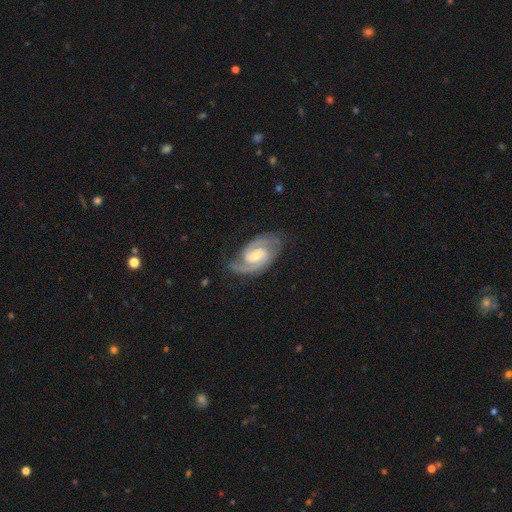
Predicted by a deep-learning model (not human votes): featured or disk 91%, smooth 5%, star or artifact 4%. Down the decision tree: edge-on disk — no (97%); bar — weak (48%); spiral arms — yes (98%); spiral arm count — 2 (88%); spiral winding — medium (51%); bulge size — small (53%); merging — none (77%).